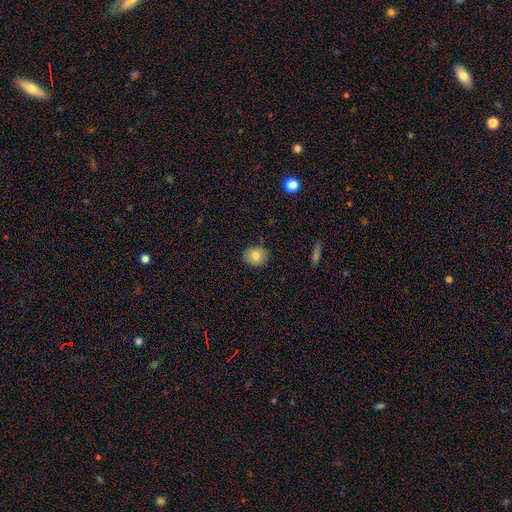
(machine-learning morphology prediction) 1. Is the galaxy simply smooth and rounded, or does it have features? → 79% smooth, 12% featured or disk, 9% star or artifact.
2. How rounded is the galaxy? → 66% round, 32% in between, 1% cigar-shaped.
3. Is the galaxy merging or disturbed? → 86% none, 11% minor disturbance, 2% major disturbance, 1% merger.